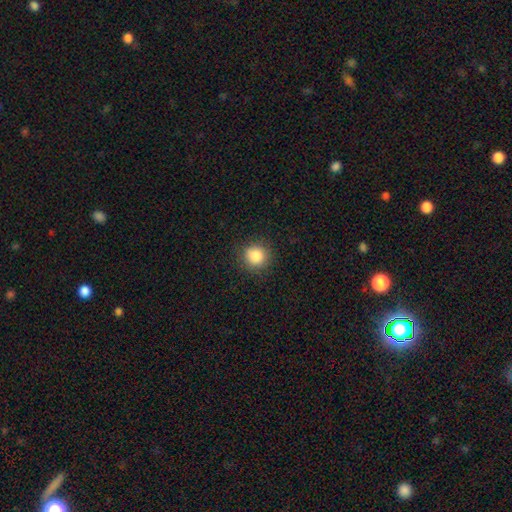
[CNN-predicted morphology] smooth 85%, star or artifact 10%, featured or disk 5%. Down the decision tree: how rounded — round (91%); merging — none (88%).